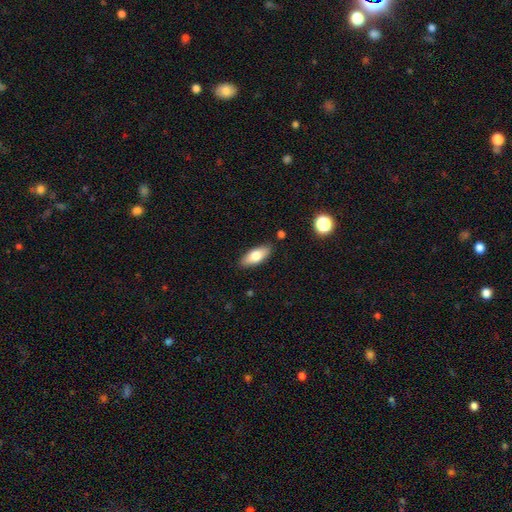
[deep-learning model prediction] Morphology: type=smooth (73%); roundness=in between (77%); merging=none (86%).